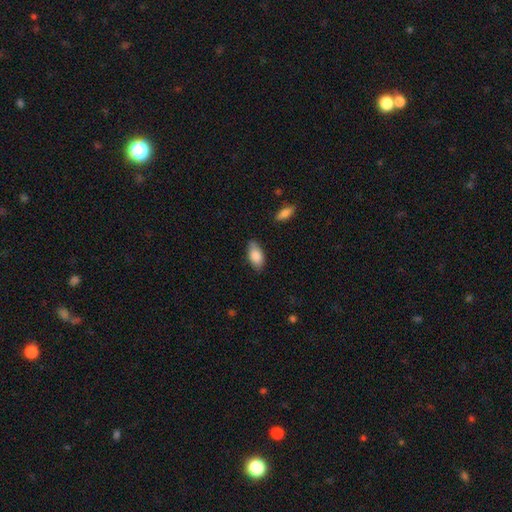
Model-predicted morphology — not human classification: The model was most divided on "merging": none: 76%, minor disturbance: 19%, major disturbance: 3%, merger: 2%. More confident: how rounded — in between (92%); smooth or featured — smooth (85%).